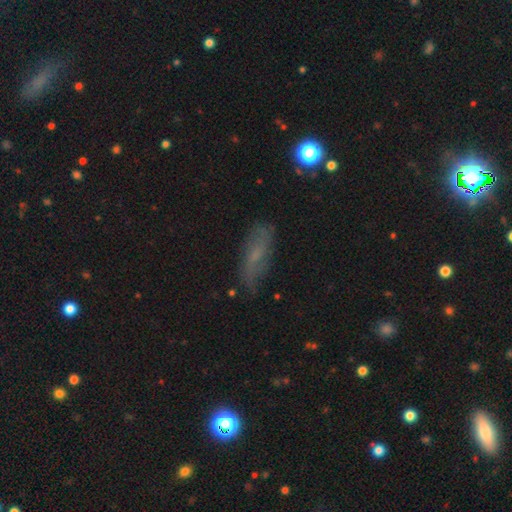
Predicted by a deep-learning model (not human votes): A smooth galaxy with no disk features (50%) that is in between round and cigar-shaped (54%). Merging: none (73%).